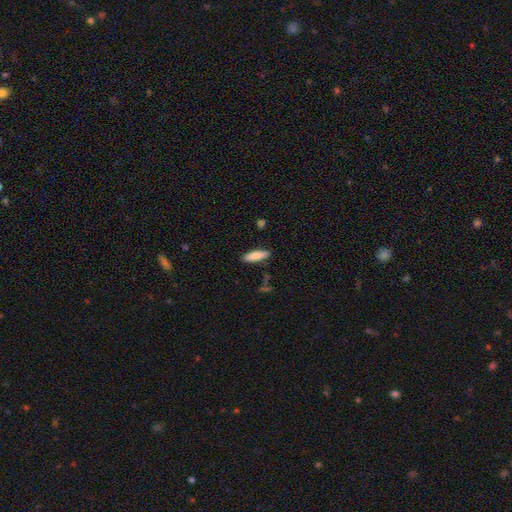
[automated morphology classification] type=smooth (81%); roundness=cigar-shaped (59%); merging=none (87%).